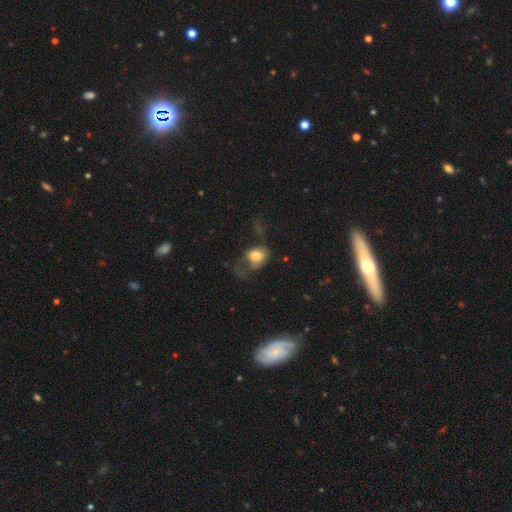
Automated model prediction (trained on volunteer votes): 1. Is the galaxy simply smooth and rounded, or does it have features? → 73% smooth, 18% featured or disk, 9% star or artifact.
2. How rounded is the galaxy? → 61% in between, 37% round, 1% cigar-shaped.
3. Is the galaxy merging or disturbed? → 49% major disturbance, 24% none, 23% minor disturbance, 5% merger.